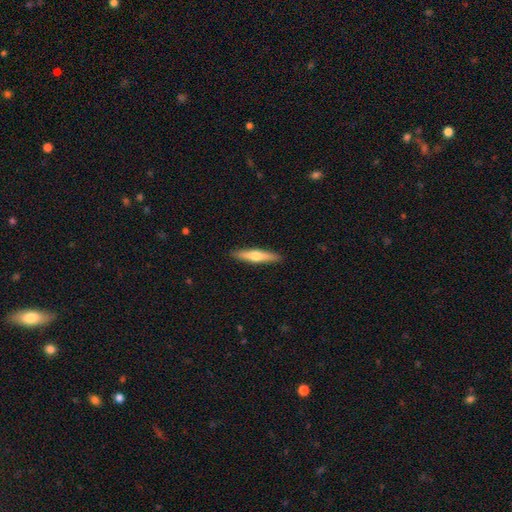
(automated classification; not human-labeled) Q: Smooth or featured?
A: smooth (54%); runner-up: featured or disk (41%)
Q: How rounded?
A: cigar-shaped (85%); runner-up: in between (13%)
Q: Merging?
A: none (91%); runner-up: minor disturbance (7%)